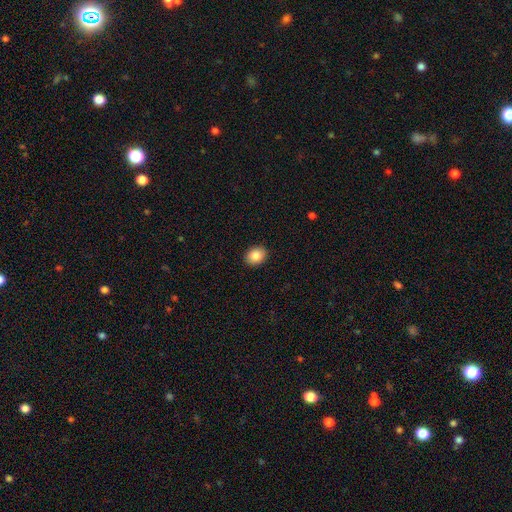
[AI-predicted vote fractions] Morphology: type=smooth (85%); roundness=round (52%); merging=none (91%).